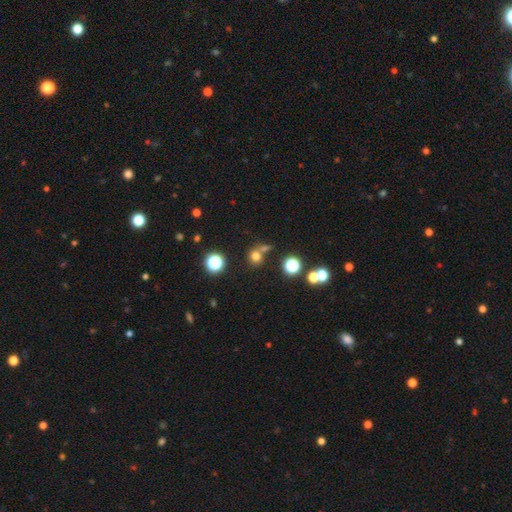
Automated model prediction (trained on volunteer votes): Smooth or featured: smooth — 71% (star or artifact — 20%)
How rounded: round — 87% (in between — 12%)
Merging: none — 59% (merger — 27%)